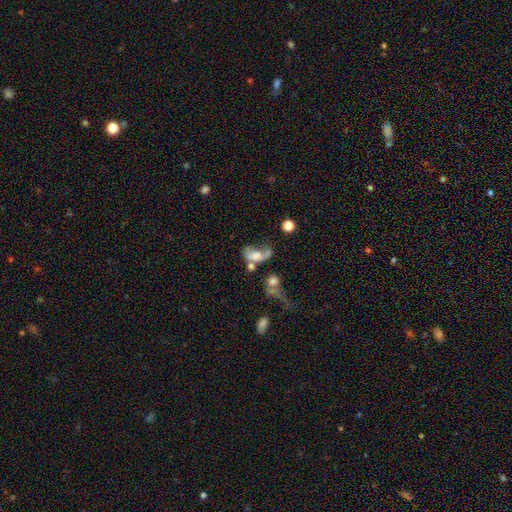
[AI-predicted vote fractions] Q: Smooth or featured?
A: smooth (49%); runner-up: featured or disk (39%)
Q: Merging?
A: major disturbance (39%); runner-up: merger (31%)